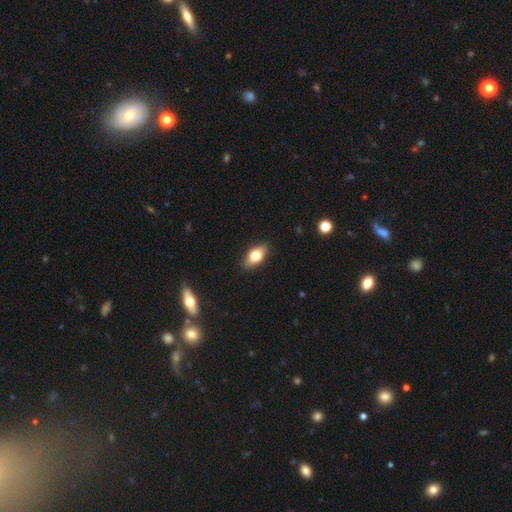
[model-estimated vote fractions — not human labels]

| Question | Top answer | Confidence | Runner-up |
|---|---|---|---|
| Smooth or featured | smooth | 71% | featured or disk (21%) |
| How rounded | in between | 85% | cigar-shaped (8%) |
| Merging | none | 87% | minor disturbance (9%) |